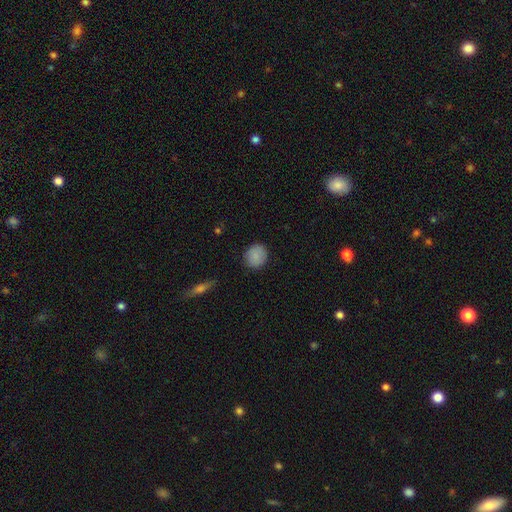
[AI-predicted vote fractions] Morphology: type=smooth (86%); roundness=round (84%); merging=none (87%).